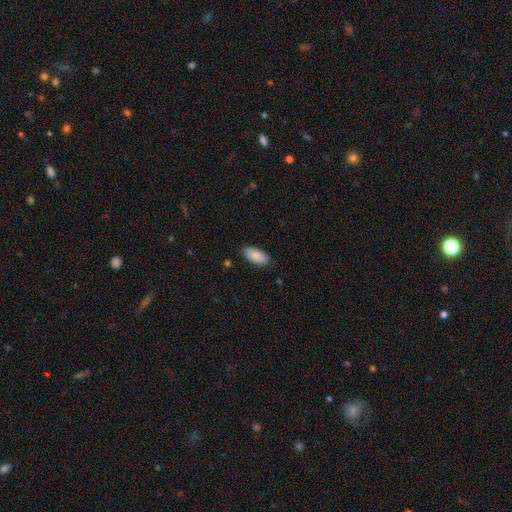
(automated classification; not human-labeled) This appears to be a smooth galaxy with no disk features (89%) that is in between round and cigar-shaped (91%). Merging: none (86%).